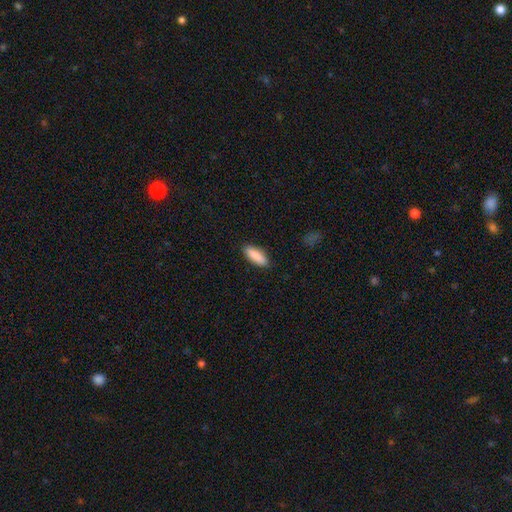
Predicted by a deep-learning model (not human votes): Smooth or featured?
  - smooth: 89% *
  - star or artifact: 6%
  - featured or disk: 6%
How rounded?
  - in between: 67% *
  - cigar-shaped: 31%
  - round: 2%
Merging?
  - none: 89% *
  - minor disturbance: 8%
  - major disturbance: 2%
  - merger: 1%